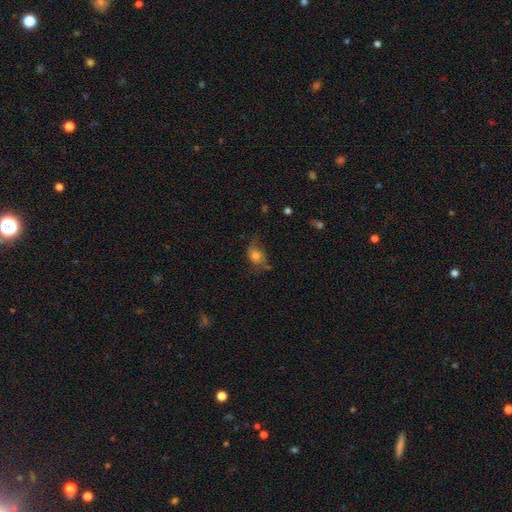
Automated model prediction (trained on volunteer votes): Smooth or featured?
  - smooth: 65% *
  - featured or disk: 24%
  - star or artifact: 11%
How rounded?
  - in between: 62% *
  - round: 36%
  - cigar-shaped: 2%
Merging?
  - none: 51% *
  - minor disturbance: 29%
  - major disturbance: 17%
  - merger: 3%